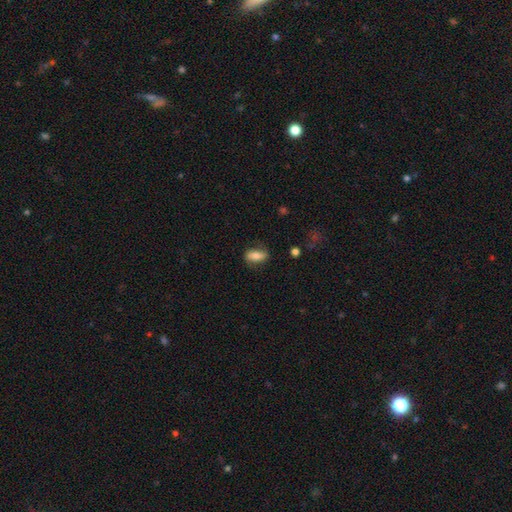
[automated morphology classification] This is likely a smooth galaxy (66%). How rounded: clearly in between (82%). Merging: likely none (72%).